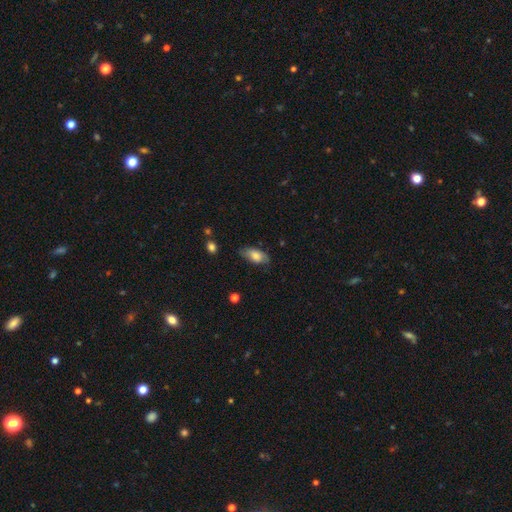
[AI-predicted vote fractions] This is likely a smooth galaxy (73%). How rounded: clearly in between (88%). Merging: likely none (70%).